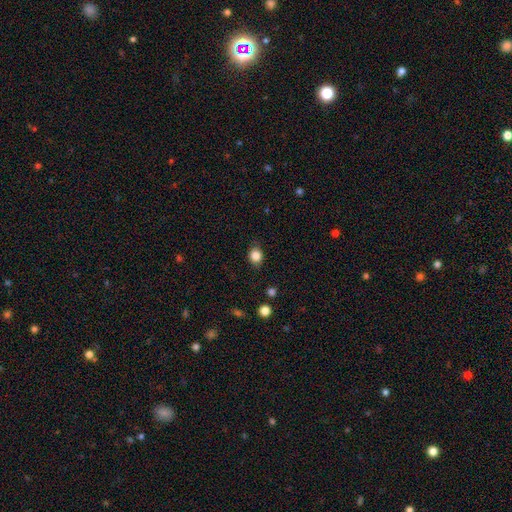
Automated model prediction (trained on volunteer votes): Q: Smooth or featured?
A: smooth (84%); runner-up: star or artifact (10%)
Q: How rounded?
A: round (54%); runner-up: in between (45%)
Q: Merging?
A: none (80%); runner-up: minor disturbance (15%)